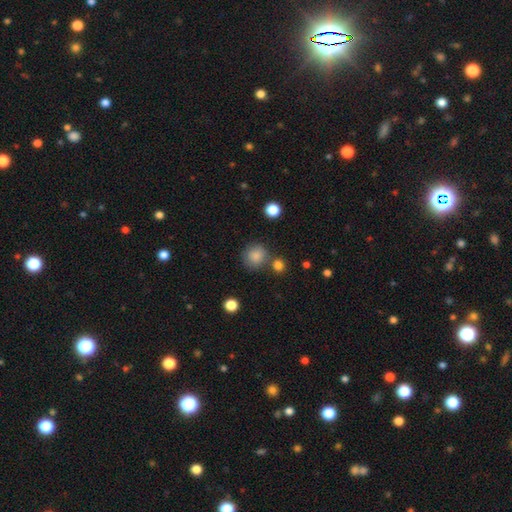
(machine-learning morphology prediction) This is clearly a smooth galaxy (85%). How rounded: clearly round (89%). Merging: likely none (73%).